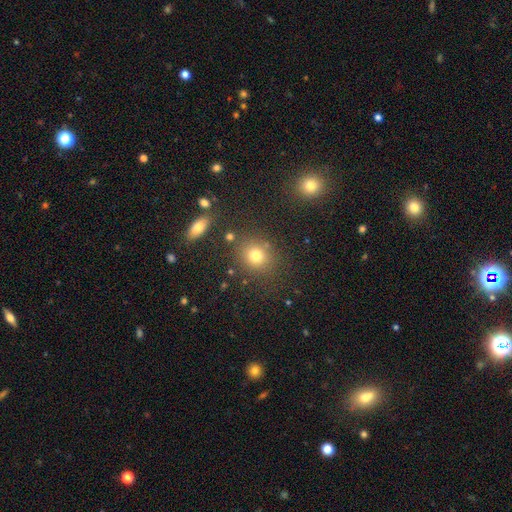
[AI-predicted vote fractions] Morphology: type=smooth (75%); roundness=round (77%); merging=none (80%).